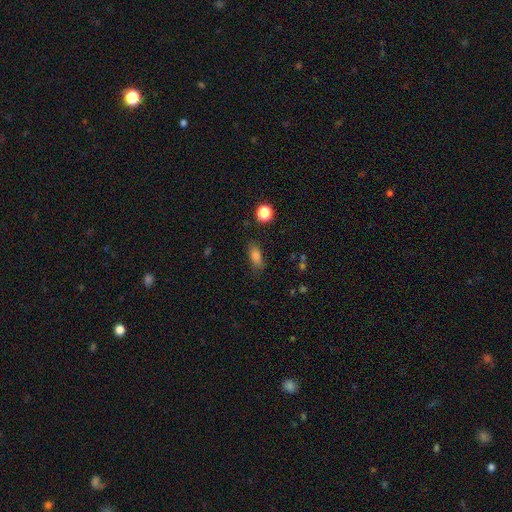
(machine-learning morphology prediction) type=smooth (80%); roundness=in between (76%); merging=none (76%).